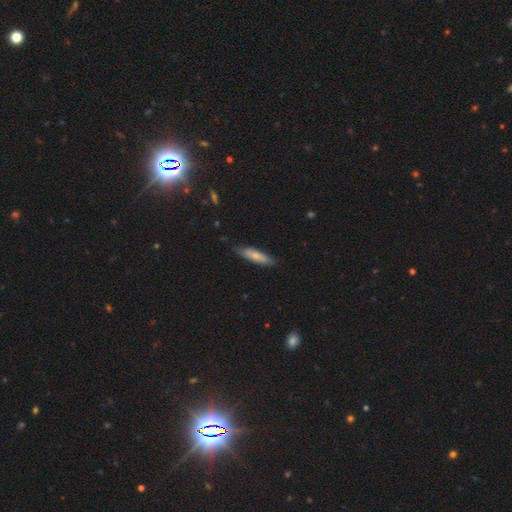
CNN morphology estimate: Q: Smooth or featured?
A: smooth (69%); runner-up: featured or disk (25%)
Q: How rounded?
A: cigar-shaped (64%); runner-up: in between (34%)
Q: Merging?
A: none (74%); runner-up: minor disturbance (21%)